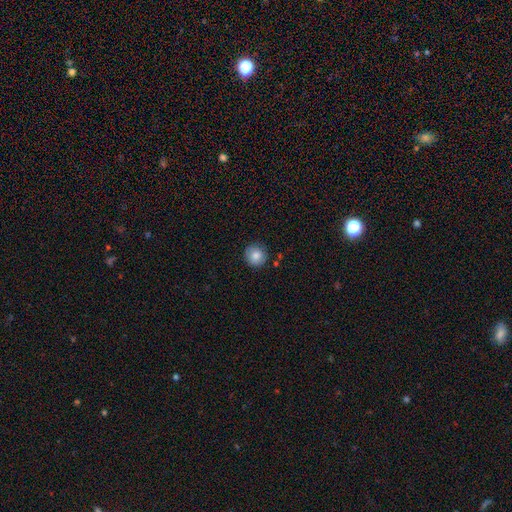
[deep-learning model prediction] Overall: smooth (84%). How rounded: round (93%). Merging: none (86%).